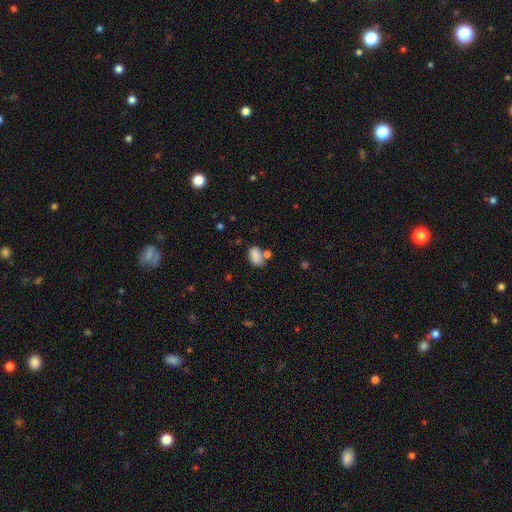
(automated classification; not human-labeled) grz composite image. It shows a smooth galaxy with no disk features (84%) that is in between round and cigar-shaped (87%). Merging: none (56%).